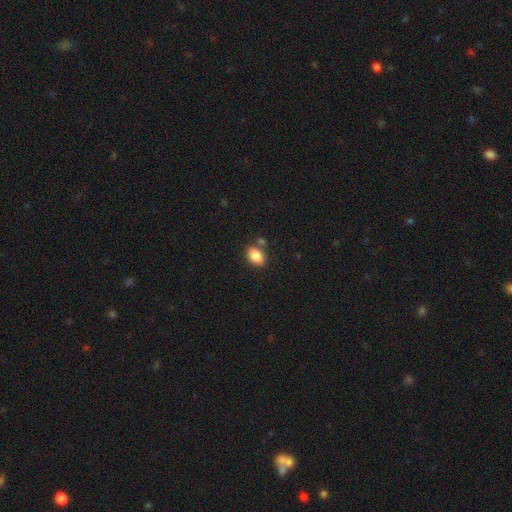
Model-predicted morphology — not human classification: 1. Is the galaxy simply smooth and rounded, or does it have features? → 86% smooth, 8% star or artifact, 6% featured or disk.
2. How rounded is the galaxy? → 87% in between, 12% round, 1% cigar-shaped.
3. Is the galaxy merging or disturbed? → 72% none, 13% merger, 12% minor disturbance, 3% major disturbance.